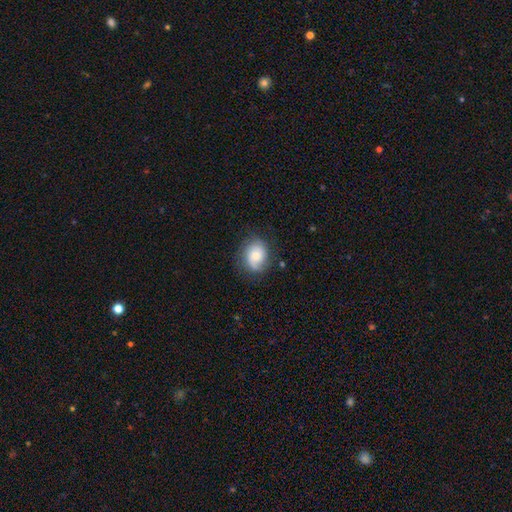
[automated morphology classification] A smooth galaxy with no disk features (58%) that is round (56%).

Vote fractions:
- Smooth or featured? smooth: 58% / featured or disk: 33% / star or artifact: 8%
- How rounded? round: 56% / in between: 44% / cigar-shaped: 1%
- Merging? none: 71% / minor disturbance: 21% / major disturbance: 7% / merger: 1%